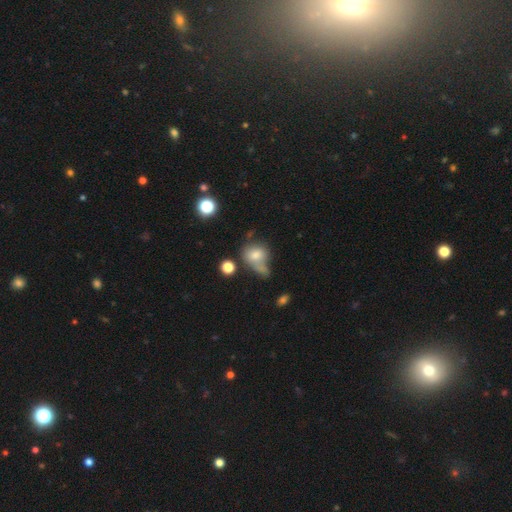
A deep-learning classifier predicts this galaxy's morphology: Q: Smooth or featured?
A: smooth (74%); runner-up: featured or disk (14%)
Q: How rounded?
A: round (53%); runner-up: in between (45%)
Q: Merging?
A: none (33%); runner-up: merger (31%)